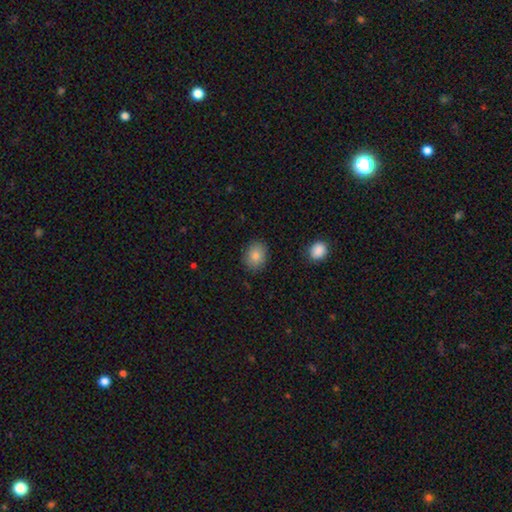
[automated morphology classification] The model was most divided on "how rounded": in between: 52%, round: 47%, cigar-shaped: 1%. More confident: merging — none (85%); smooth or featured — smooth (84%).